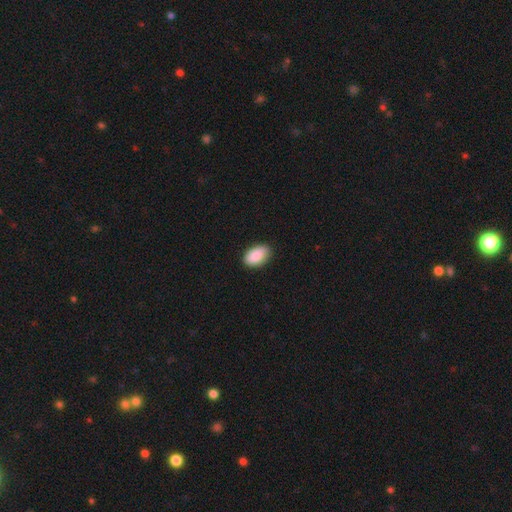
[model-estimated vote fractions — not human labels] Smooth or featured: smooth — 90% (star or artifact — 6%)
How rounded: in between — 93% (round — 6%)
Merging: none — 84% (minor disturbance — 13%)